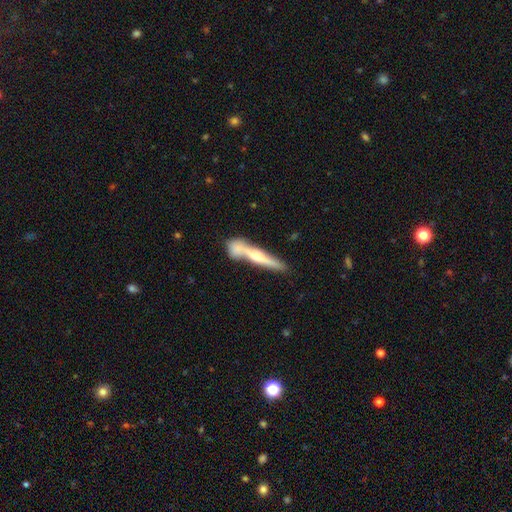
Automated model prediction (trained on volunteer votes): Smooth or featured? featured or disk (53%)
Edge-on disk? yes (89%)
Merging? none (50%)